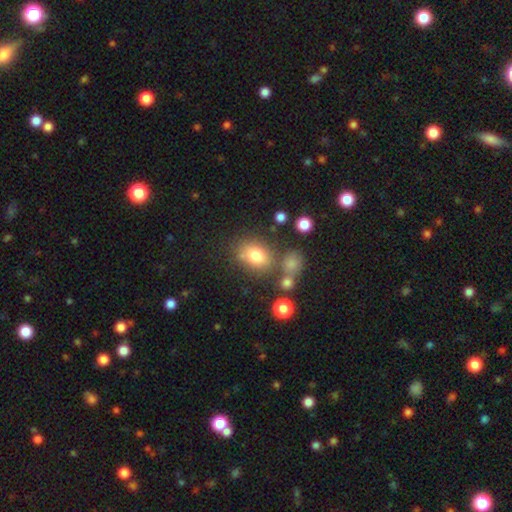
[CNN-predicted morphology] smooth-or-featured: smooth: 77% | star or artifact: 13% | featured or disk: 11%
  how-rounded: in between: 57% | round: 41% | cigar-shaped: 1%
  merging: none: 64% | minor disturbance: 15% | merger: 15% | major disturbance: 6%